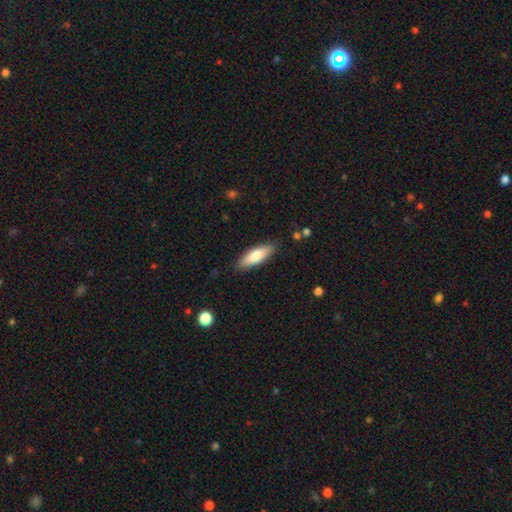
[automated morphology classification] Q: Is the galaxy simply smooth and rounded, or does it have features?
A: smooth — 76%.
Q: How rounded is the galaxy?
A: in between — 50%.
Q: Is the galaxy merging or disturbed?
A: none — 87%.